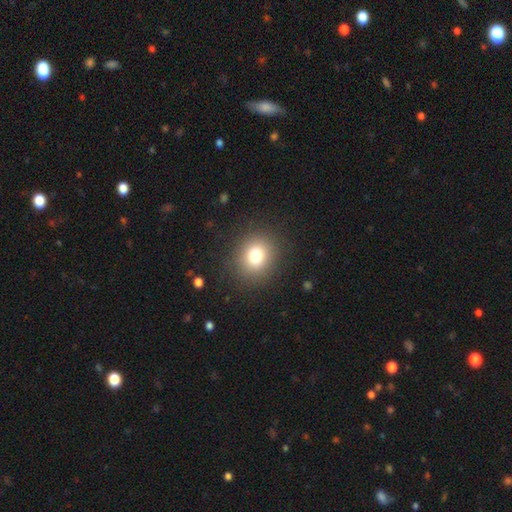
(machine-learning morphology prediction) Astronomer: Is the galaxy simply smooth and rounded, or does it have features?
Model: smooth — 77%.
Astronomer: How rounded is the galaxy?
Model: round — 79%.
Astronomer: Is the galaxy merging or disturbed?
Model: none — 88%.